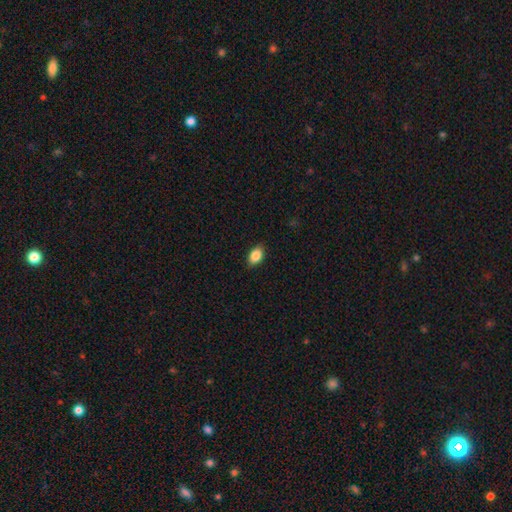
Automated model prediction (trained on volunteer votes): Morphology: type=smooth (86%); roundness=in between (88%); merging=none (87%).